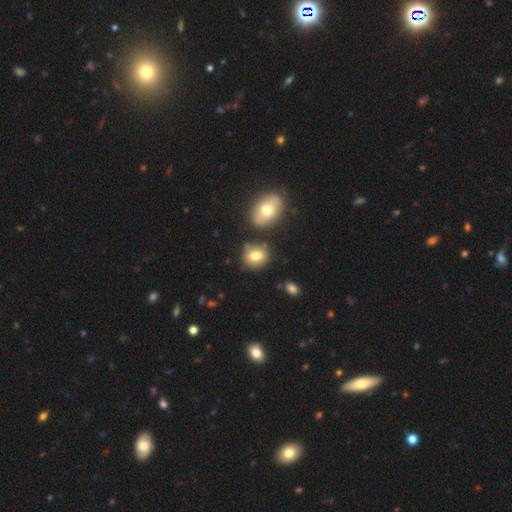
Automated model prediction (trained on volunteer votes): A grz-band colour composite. It shows a smooth galaxy with no disk features (77%) that is round (67%). Merging: none (74%).